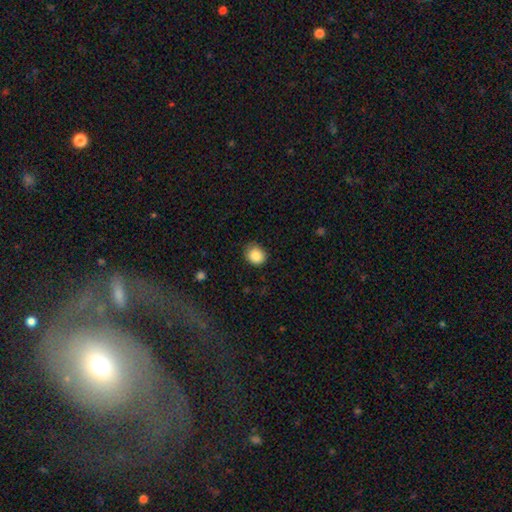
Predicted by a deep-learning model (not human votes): Overall: smooth (87%). How rounded: round (71%). Merging: none (80%).